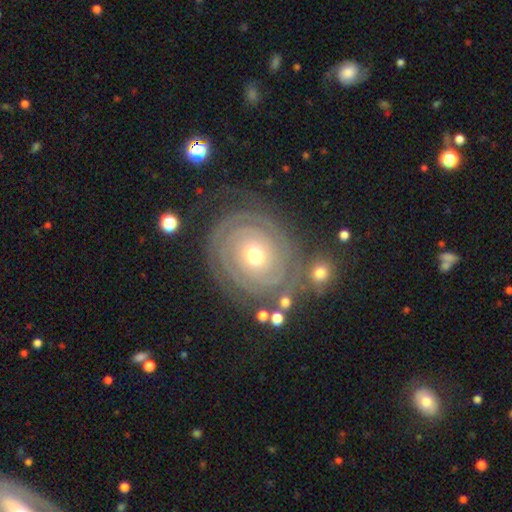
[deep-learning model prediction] smooth-or-featured: featured or disk: 85% | smooth: 9% | star or artifact: 5%
  disk-edge-on: no: 97% | yes: 3%
    bar: no: 85% | weak: 11% | strong: 5%
    has-spiral-arms: yes: 92% | no: 8%
      spiral-winding: tight: 88% | medium: 9% | loose: 3%
      spiral-arm-count: 2: 44% | can't tell: 24% | 3: 13% | 1: 6% | 4: 6% | more than 4: 6%
    bulge-size: moderate: 58% | small: 36% | large: 4% | dominant: 1% | none: 1%
  merging: none: 75% | minor disturbance: 13% | major disturbance: 7% | merger: 5%